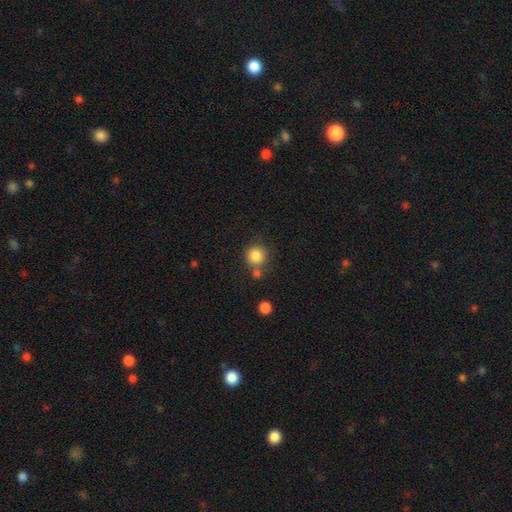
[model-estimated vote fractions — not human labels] The model was most divided on "merging": none: 68%, merger: 19%, minor disturbance: 10%, major disturbance: 4%. More confident: how rounded — round (92%); smooth or featured — smooth (84%).